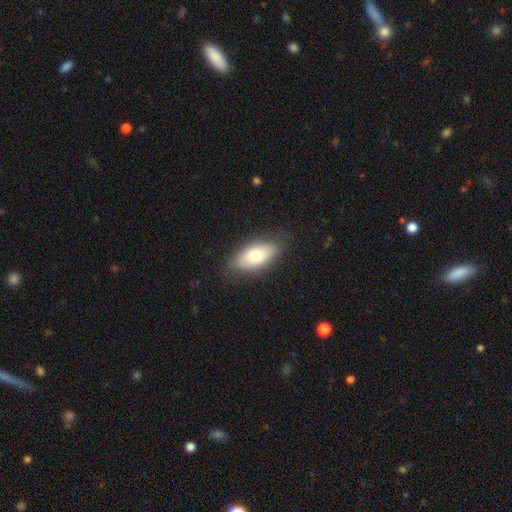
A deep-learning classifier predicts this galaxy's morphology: A smooth galaxy with no disk features (75%) that is in between round and cigar-shaped (88%). Merging: none (83%).